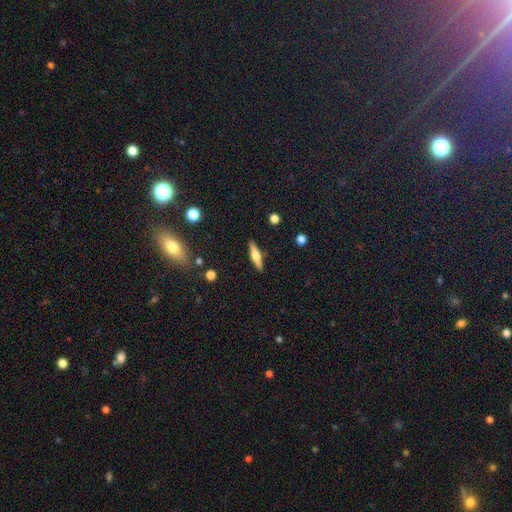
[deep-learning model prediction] Overall: featured or disk (58%; smooth 36%). Edge-on disk: yes (96%). Edge-on bulge: rounded (90%). Merging: none (90%).